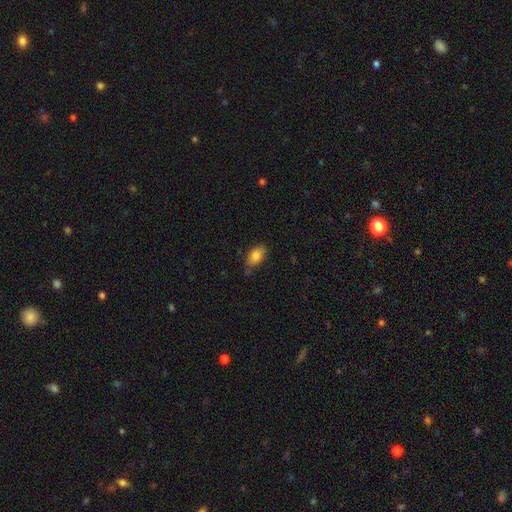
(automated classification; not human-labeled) Smooth or featured? smooth (82%)
How rounded? in between (90%)
Merging? none (62%)